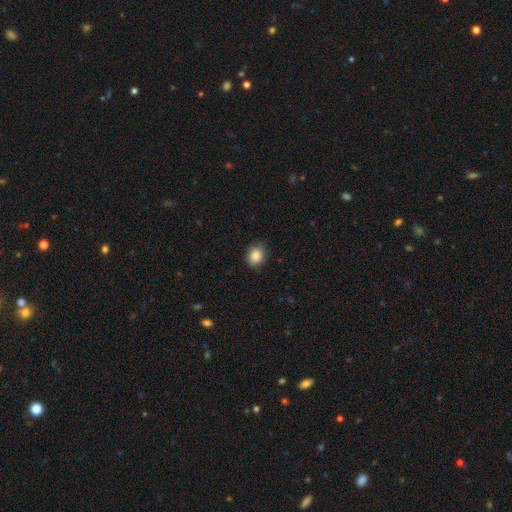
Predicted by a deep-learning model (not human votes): This is clearly a smooth galaxy (86%). How rounded: possibly round (60%). Merging: likely none (77%).